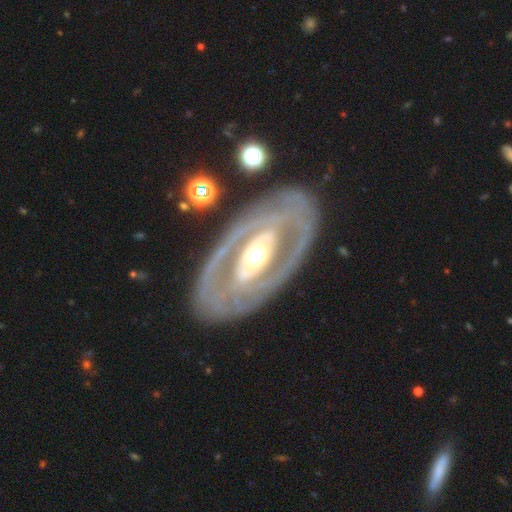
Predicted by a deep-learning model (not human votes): Smooth or featured? featured or disk (84%)
Edge-on disk? no (92%)
Bar? no (45%)
Spiral arms? yes (65%)
Spiral winding? tight (58%)
Spiral arm count? 2 (65%)
Bulge size? moderate (68%)
Merging? none (80%)